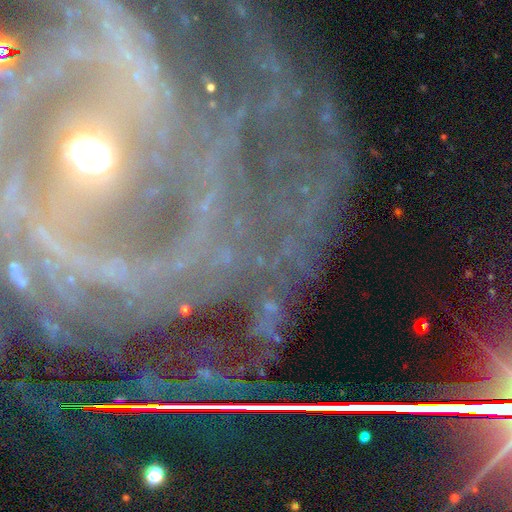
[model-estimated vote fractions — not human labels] Smooth or featured?
  - featured or disk: 71% *
  - star or artifact: 21%
  - smooth: 8%
Edge-on disk?
  - no: 91% *
  - yes: 9%
Bar?
  - no: 42% *
  - strong: 33%
  - weak: 25%
Spiral arms?
  - yes: 89% *
  - no: 11%
Spiral winding?
  - tight: 60% *
  - medium: 30%
  - loose: 10%
Spiral arm count?
  - 2: 29% *
  - can't tell: 25%
  - 3: 14%
  - more than 4: 12%
  - 4: 11%
  - 1: 9%
Bulge size?
  - moderate: 49% *
  - small: 38%
  - large: 7%
  - dominant: 3%
  - none: 2%
Merging?
  - none: 70% *
  - minor disturbance: 14%
  - major disturbance: 12%
  - merger: 3%